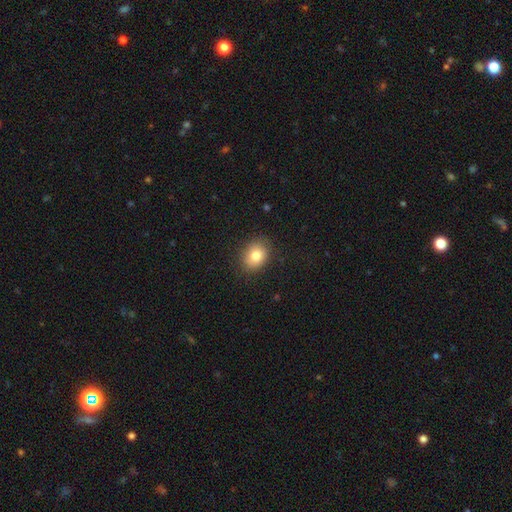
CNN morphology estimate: Overall: smooth (81%). How rounded: in between (54%; round 45%). Merging: none (86%).